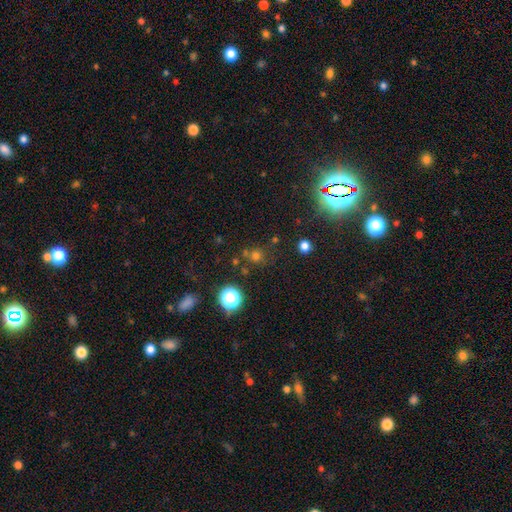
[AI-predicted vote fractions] Smooth or featured?
  - smooth: 52% *
  - star or artifact: 40%
  - featured or disk: 8%
How rounded?
  - round: 89% *
  - in between: 10%
  - cigar-shaped: 1%
Merging?
  - none: 73% *
  - merger: 12%
  - minor disturbance: 10%
  - major disturbance: 5%